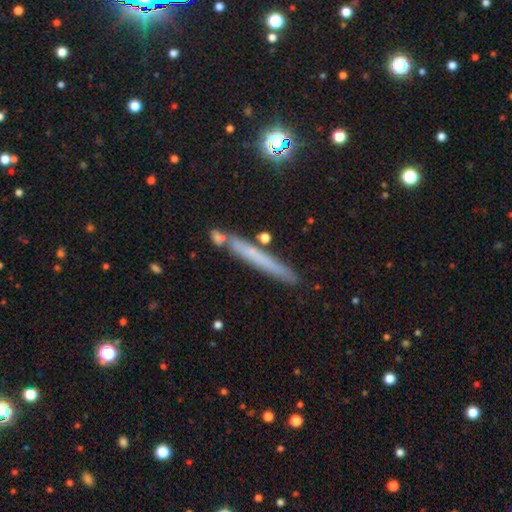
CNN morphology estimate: smooth 51%, featured or disk 39%, star or artifact 10%. Down the decision tree: how rounded — cigar-shaped (96%); merging — none (82%).